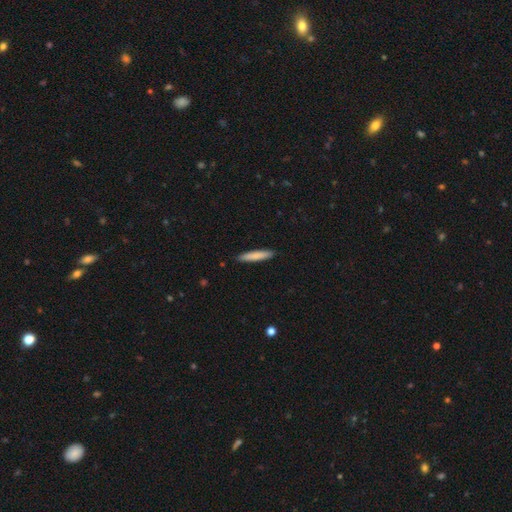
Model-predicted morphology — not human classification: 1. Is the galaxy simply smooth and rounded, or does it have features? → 81% smooth, 14% featured or disk, 5% star or artifact.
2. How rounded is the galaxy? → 92% cigar-shaped, 7% in between, 1% round.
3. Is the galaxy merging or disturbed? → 90% none, 7% minor disturbance, 1% major disturbance, 1% merger.